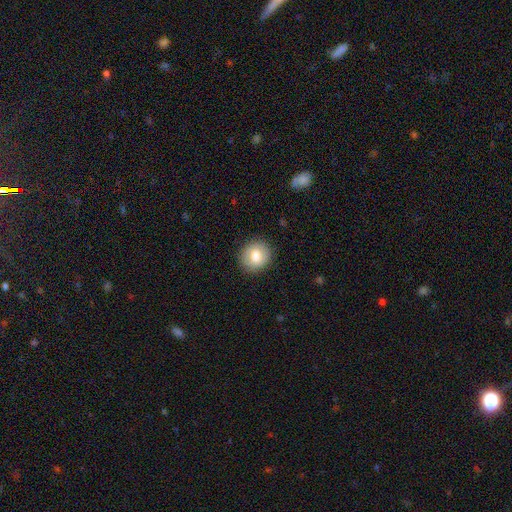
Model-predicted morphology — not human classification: This appears to be a smooth galaxy with no disk features (76%) that is round (82%). Merging: none (88%).